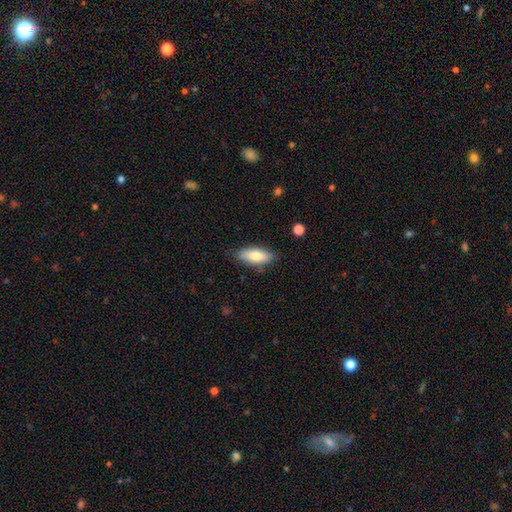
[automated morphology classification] Smooth or featured? smooth (80%)
How rounded? in between (77%)
Merging? none (82%)